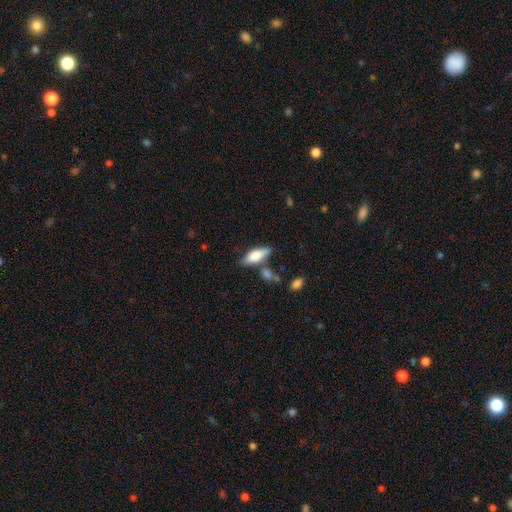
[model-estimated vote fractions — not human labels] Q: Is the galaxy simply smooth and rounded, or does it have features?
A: smooth — 72%.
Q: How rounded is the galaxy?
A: in between — 69%.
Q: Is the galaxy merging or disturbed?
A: none — 65%.